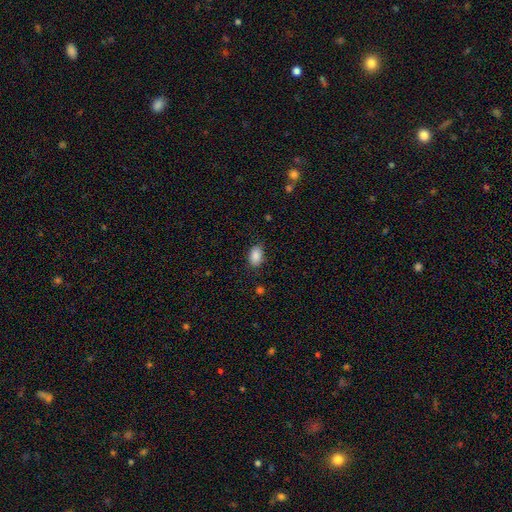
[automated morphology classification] This appears to be a smooth galaxy with no disk features (88%) that is in between round and cigar-shaped (89%). Merging: none (84%).